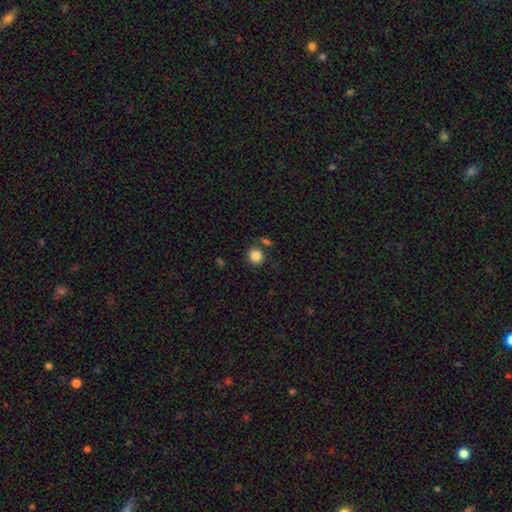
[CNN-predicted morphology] Q: Smooth or featured?
A: smooth (86%); runner-up: star or artifact (10%)
Q: How rounded?
A: round (86%); runner-up: in between (13%)
Q: Merging?
A: none (75%); runner-up: merger (11%)